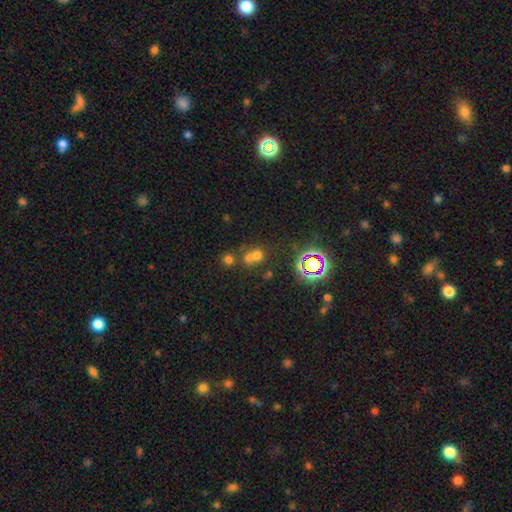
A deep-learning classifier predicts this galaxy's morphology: A smooth galaxy with no disk features (54%) that is round (77%).

Vote fractions:
- Smooth or featured? smooth: 54% / star or artifact: 33% / featured or disk: 14%
- How rounded? round: 77% / in between: 22% / cigar-shaped: 1%
- Merging? merger: 49% / none: 40% / minor disturbance: 7% / major disturbance: 4%